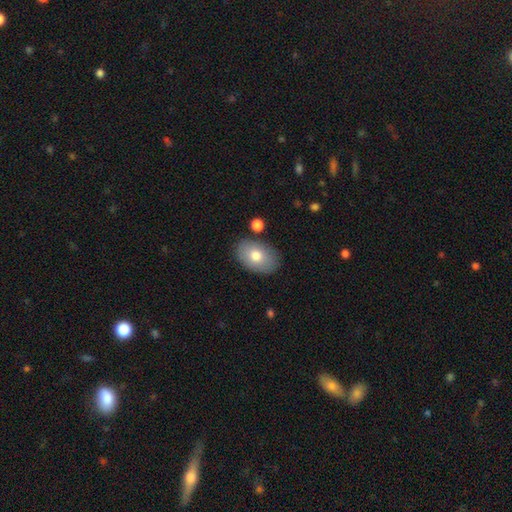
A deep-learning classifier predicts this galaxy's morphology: Overall: smooth (76%). How rounded: in between (89%). Merging: none (83%).